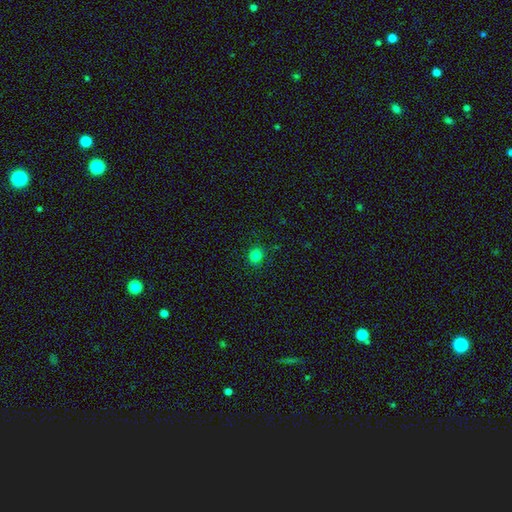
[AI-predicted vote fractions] Smooth or featured: smooth — 82% (star or artifact — 14%)
How rounded: round — 86% (in between — 13%)
Merging: none — 89% (minor disturbance — 7%)